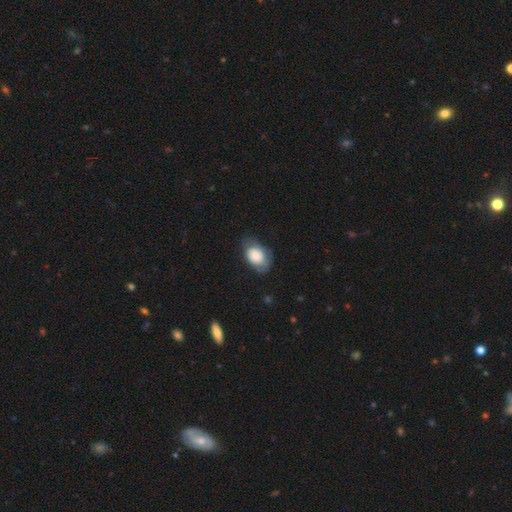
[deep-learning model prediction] Smooth or featured? smooth (71%)
How rounded? in between (83%)
Merging? none (59%)